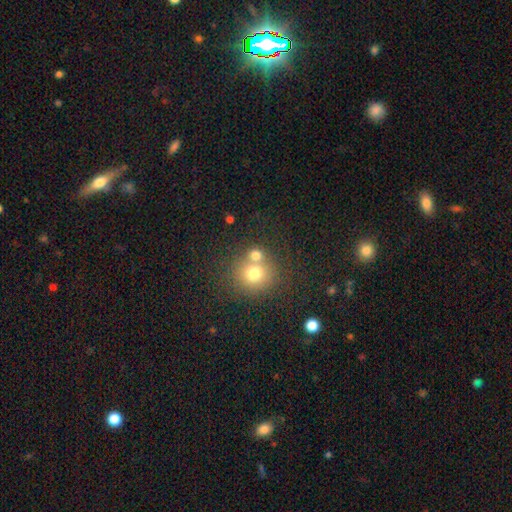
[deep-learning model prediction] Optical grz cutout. It shows a smooth galaxy with no disk features (73%) that is round (84%). Merging: none (47%).